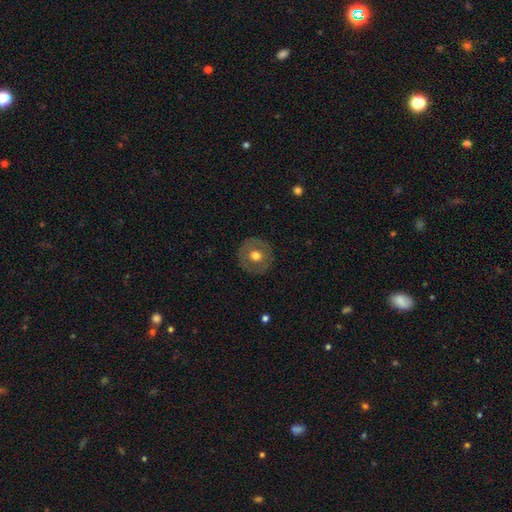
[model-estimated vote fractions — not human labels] This is possibly a smooth galaxy (58%). How rounded: clearly round (93%). Merging: clearly none (89%).